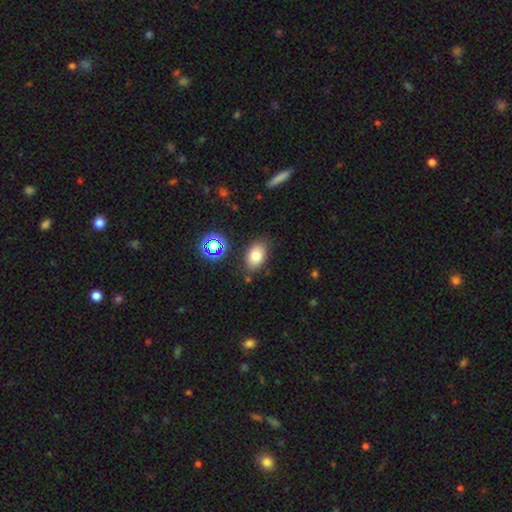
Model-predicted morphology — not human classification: Smooth or featured?
  - smooth: 77% *
  - star or artifact: 13%
  - featured or disk: 11%
How rounded?
  - in between: 86% *
  - round: 12%
  - cigar-shaped: 1%
Merging?
  - none: 81% *
  - minor disturbance: 13%
  - major disturbance: 3%
  - merger: 3%